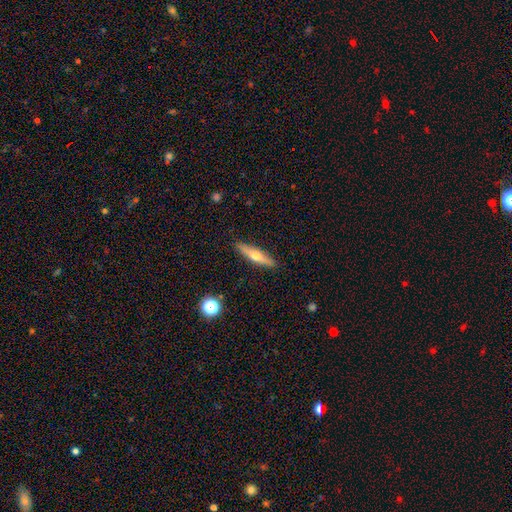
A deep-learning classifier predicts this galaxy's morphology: type=featured or disk (52%); edge-on=yes (94%); merging=none (90%).